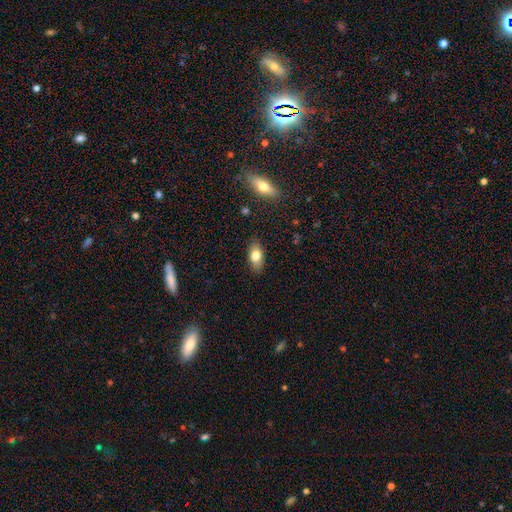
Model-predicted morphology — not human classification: type=smooth (78%); roundness=in between (88%); merging=none (85%).